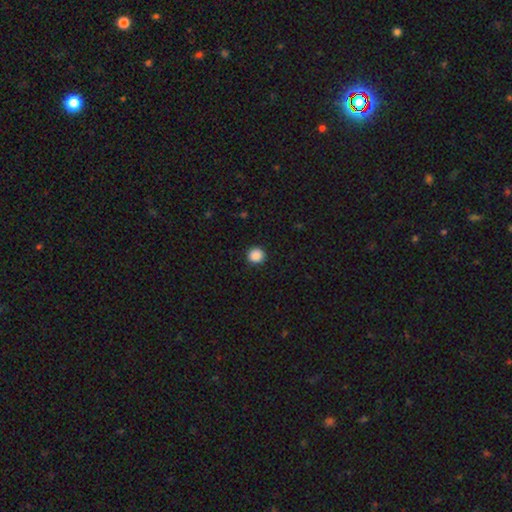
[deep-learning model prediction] Smooth or featured? smooth (88%)
How rounded? round (93%)
Merging? none (92%)